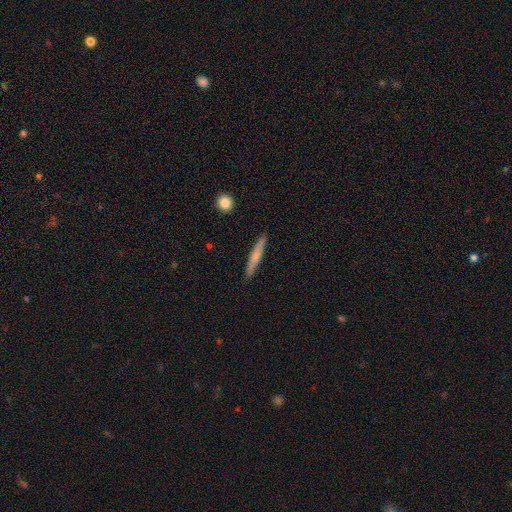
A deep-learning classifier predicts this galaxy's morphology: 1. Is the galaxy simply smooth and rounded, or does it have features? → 61% smooth, 33% featured or disk, 6% star or artifact.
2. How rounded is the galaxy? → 95% cigar-shaped, 4% in between, 2% round.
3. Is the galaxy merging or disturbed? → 91% none, 7% minor disturbance, 1% major disturbance, 1% merger.